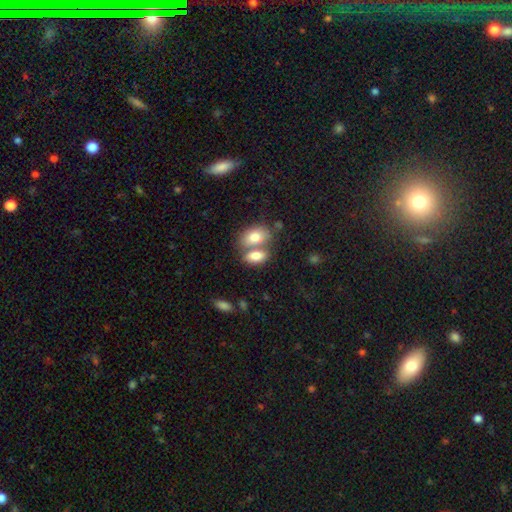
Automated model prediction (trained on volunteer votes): A smooth galaxy with no disk features (82%) that is in between round and cigar-shaped (91%).

Vote fractions:
- Smooth or featured? smooth: 82% / featured or disk: 12% / star or artifact: 7%
- How rounded? in between: 91% / round: 6% / cigar-shaped: 3%
- Merging? merger: 55% / none: 32% / minor disturbance: 9% / major disturbance: 4%